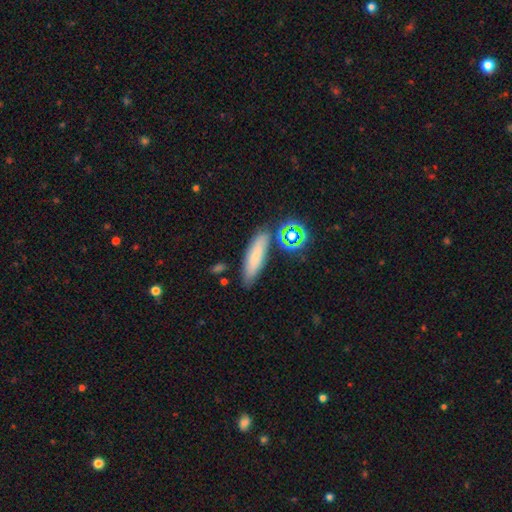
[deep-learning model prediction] Q: Smooth or featured?
A: smooth (69%); runner-up: featured or disk (16%)
Q: How rounded?
A: cigar-shaped (61%); runner-up: in between (33%)
Q: Merging?
A: none (77%); runner-up: minor disturbance (13%)